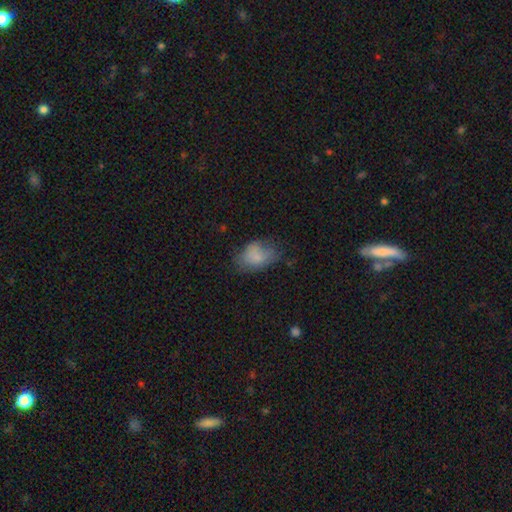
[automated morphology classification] type=smooth (73%); roundness=in between (82%); merging=none (41%).